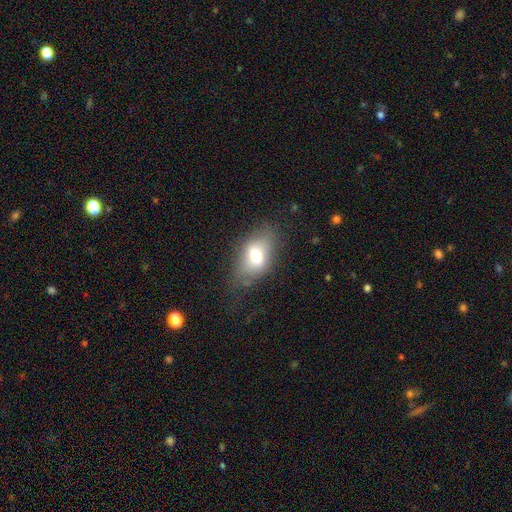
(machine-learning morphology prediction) Overall: smooth (66%). How rounded: in between (80%). Merging: none (66%).